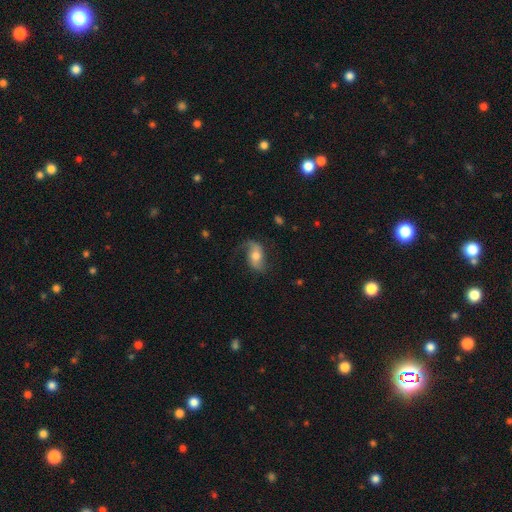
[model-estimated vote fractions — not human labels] Morphology: type=featured or disk (64%); edge-on=no (94%); bar=no (51%); spiral arms=yes (90%); winding=loose (72%); arm count=2 (85%); bulge=moderate (64%); merging=none (65%).